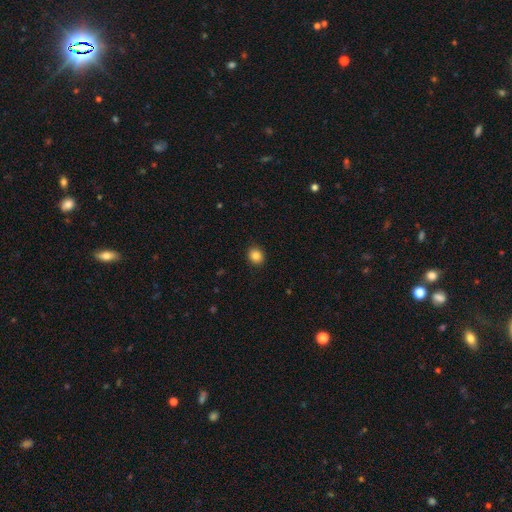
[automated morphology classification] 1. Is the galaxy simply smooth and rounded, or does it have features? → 86% smooth, 10% star or artifact, 4% featured or disk.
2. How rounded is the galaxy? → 79% round, 20% in between, 1% cigar-shaped.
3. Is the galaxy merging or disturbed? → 91% none, 6% minor disturbance, 2% major disturbance, 1% merger.